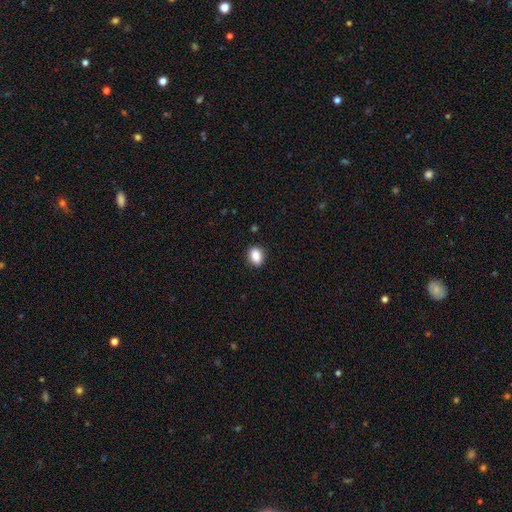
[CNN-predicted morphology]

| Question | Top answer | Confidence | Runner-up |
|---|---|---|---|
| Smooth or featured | smooth | 88% | star or artifact (8%) |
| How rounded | in between | 70% | round (29%) |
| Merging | none | 88% | minor disturbance (9%) |